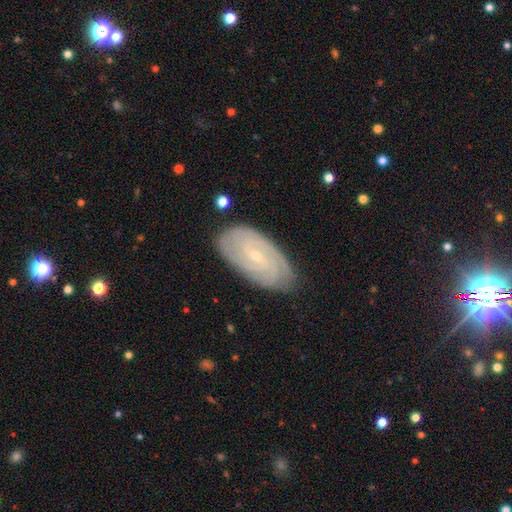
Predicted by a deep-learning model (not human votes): A featured or disk galaxy (81%) with no bar (51%), tight (74%) spiral arms (95%) and a small central bulge (81%).

Vote fractions:
- Smooth or featured? featured or disk: 81% / smooth: 13% / star or artifact: 6%
- Edge-on disk? no: 95% / yes: 5%
- Bar? no: 51% / weak: 39% / strong: 10%
- Spiral arms? yes: 95% / no: 5%
- Spiral winding? tight: 74% / medium: 21% / loose: 5%
- Spiral arm count? can't tell: 32% / 2: 27% / 3: 18% / 4: 13% / more than 4: 6% / 1: 5%
- Bulge size? small: 81% / moderate: 16% / none: 2% / large: 1% / dominant: 1%
- Merging? none: 80% / minor disturbance: 16% / major disturbance: 3% / merger: 1%